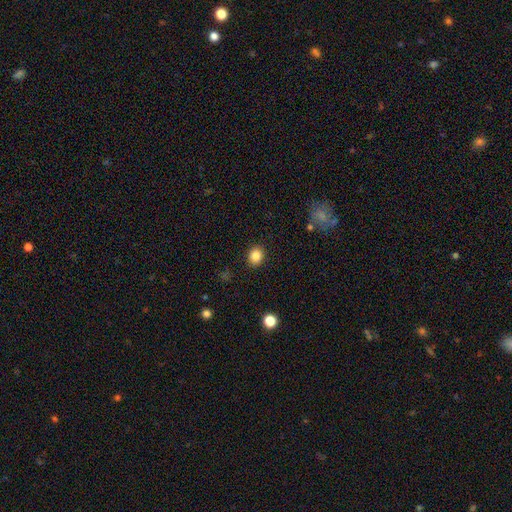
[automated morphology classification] Smooth or featured?
  - smooth: 85% *
  - star or artifact: 10%
  - featured or disk: 4%
How rounded?
  - round: 67% *
  - in between: 32%
  - cigar-shaped: 1%
Merging?
  - none: 90% *
  - minor disturbance: 7%
  - major disturbance: 2%
  - merger: 1%